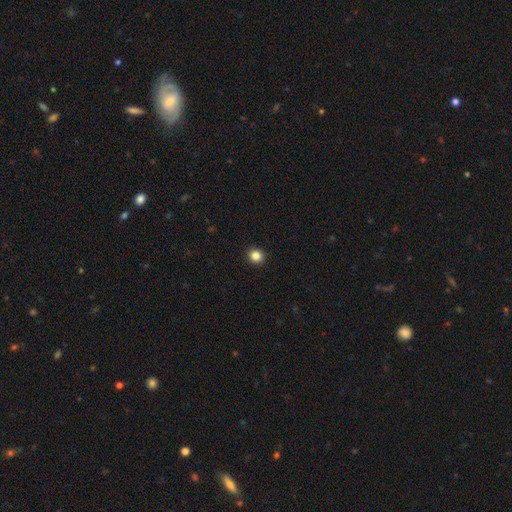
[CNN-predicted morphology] Q: Smooth or featured?
A: smooth (85%); runner-up: star or artifact (11%)
Q: How rounded?
A: round (90%); runner-up: in between (9%)
Q: Merging?
A: none (93%); runner-up: minor disturbance (4%)